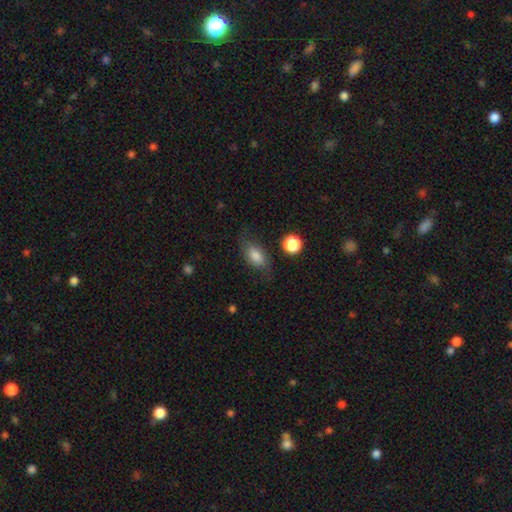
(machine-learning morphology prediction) Smooth or featured?
  - smooth: 76% *
  - featured or disk: 15%
  - star or artifact: 9%
How rounded?
  - in between: 85% *
  - round: 10%
  - cigar-shaped: 5%
Merging?
  - none: 67% *
  - minor disturbance: 21%
  - major disturbance: 9%
  - merger: 2%